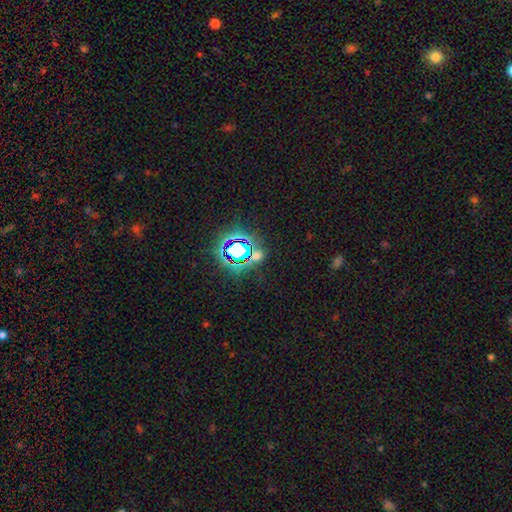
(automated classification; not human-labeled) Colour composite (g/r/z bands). It shows a star or artifact, not a galaxy (68%).